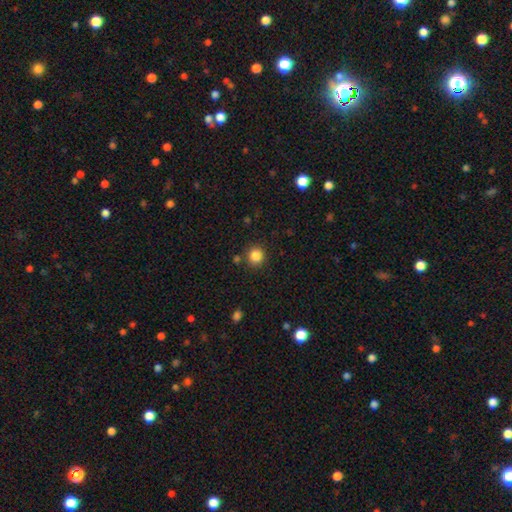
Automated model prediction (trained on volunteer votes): A smooth galaxy with no disk features (85%) that is round (90%). Merging: none (85%).